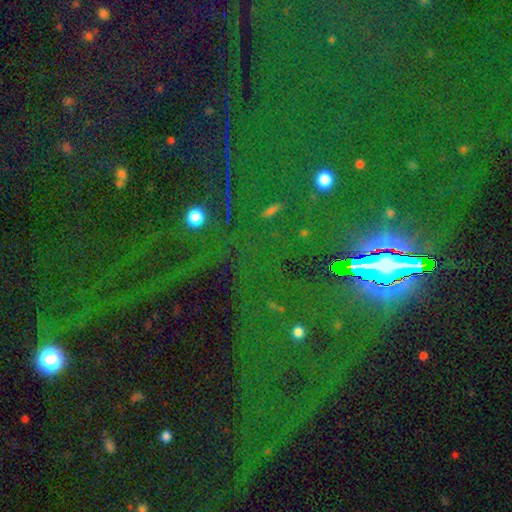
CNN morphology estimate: Overall: star or artifact (85%).